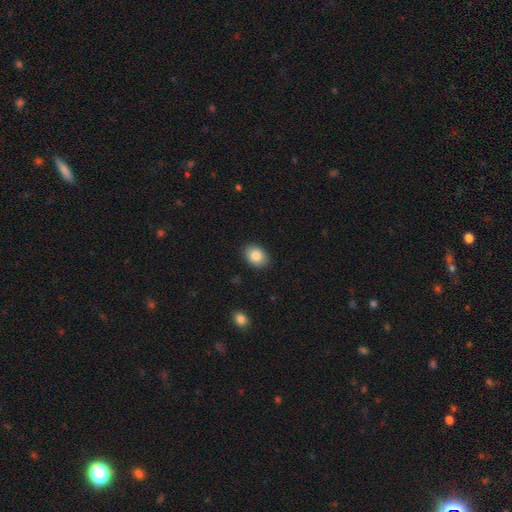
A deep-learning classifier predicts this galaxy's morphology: This is clearly a smooth galaxy (85%). How rounded: likely in between (69%). Merging: clearly none (89%).